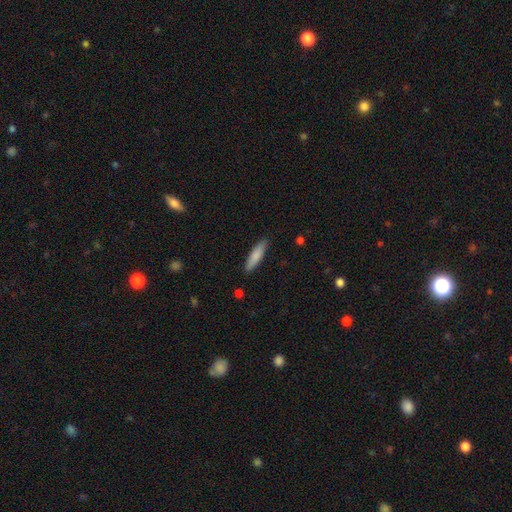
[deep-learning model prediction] Smooth or featured?
  - smooth: 81% *
  - featured or disk: 14%
  - star or artifact: 5%
How rounded?
  - cigar-shaped: 77% *
  - in between: 21%
  - round: 1%
Merging?
  - none: 89% *
  - minor disturbance: 8%
  - major disturbance: 2%
  - merger: 1%